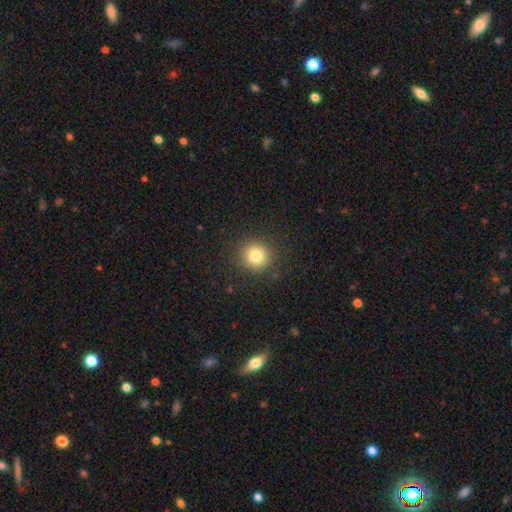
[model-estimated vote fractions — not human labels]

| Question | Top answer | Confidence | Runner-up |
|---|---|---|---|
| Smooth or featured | smooth | 81% | star or artifact (12%) |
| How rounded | round | 91% | in between (8%) |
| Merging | none | 89% | minor disturbance (7%) |